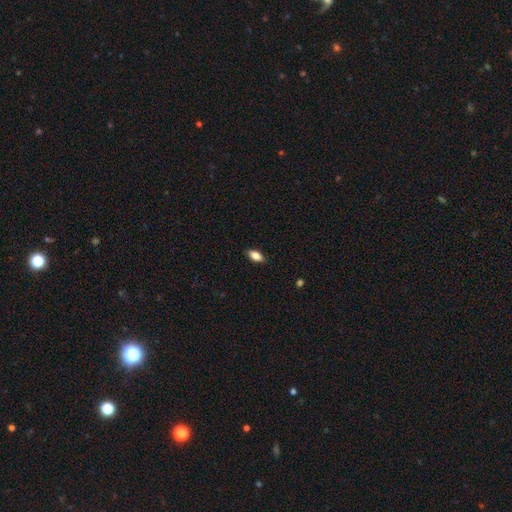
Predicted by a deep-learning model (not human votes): Smooth or featured? smooth (80%)
How rounded? in between (88%)
Merging? none (87%)